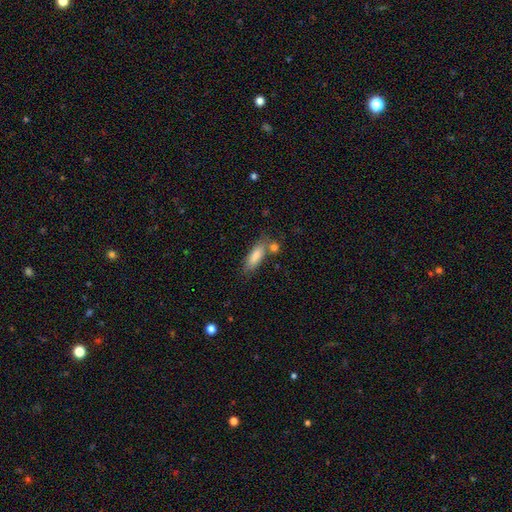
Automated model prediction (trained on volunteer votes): This appears to be a smooth galaxy with no disk features (83%) that is in between round and cigar-shaped (61%). Merging: none (61%).